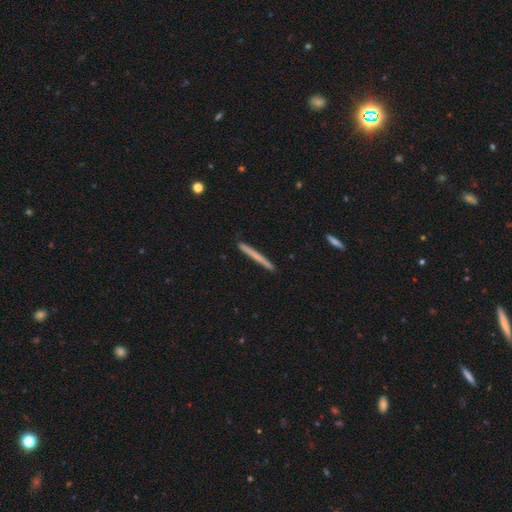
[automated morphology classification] This appears to be a smooth galaxy with no disk features (60%) that is cigar-shaped (97%). Merging: none (92%).